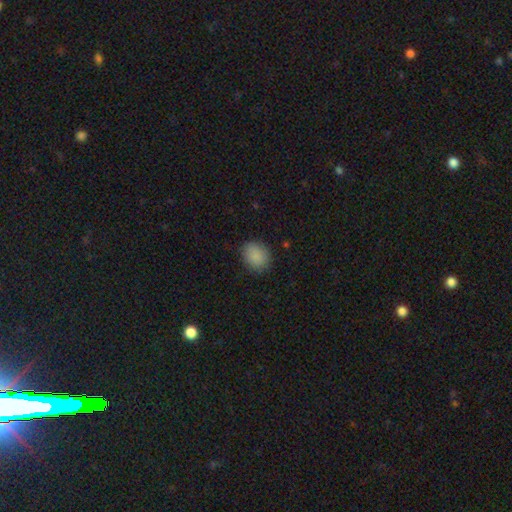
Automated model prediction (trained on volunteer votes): A smooth galaxy with no disk features (87%) that is round (60%).

Vote fractions:
- Smooth or featured? smooth: 87% / star or artifact: 8% / featured or disk: 4%
- How rounded? round: 60% / in between: 39% / cigar-shaped: 1%
- Merging? none: 85% / minor disturbance: 11% / major disturbance: 3% / merger: 1%